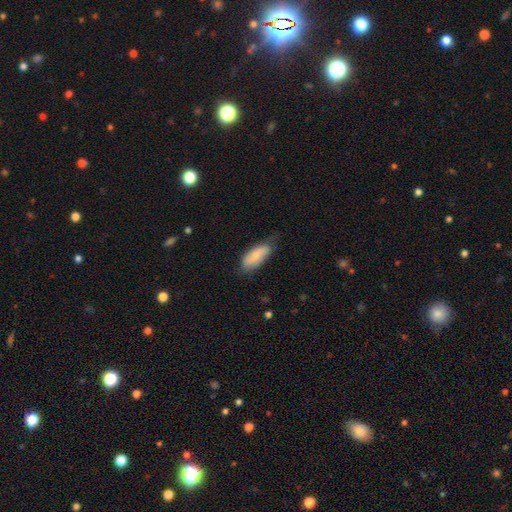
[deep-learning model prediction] Smooth or featured? smooth (62%)
How rounded? in between (83%)
Merging? none (61%)